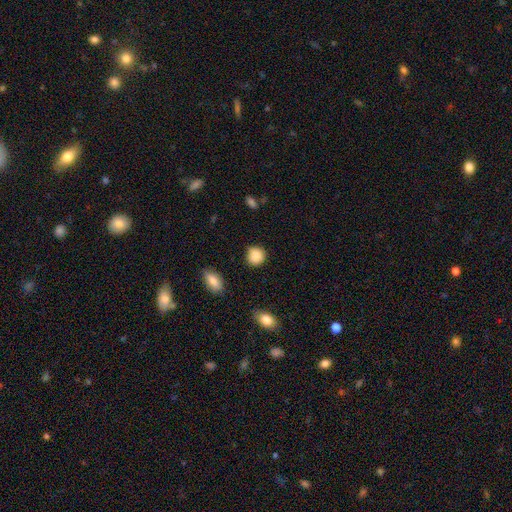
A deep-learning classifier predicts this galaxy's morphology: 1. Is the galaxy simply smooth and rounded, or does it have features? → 88% smooth, 8% star or artifact, 4% featured or disk.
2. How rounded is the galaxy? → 86% round, 13% in between, 1% cigar-shaped.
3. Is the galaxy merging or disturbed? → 82% none, 13% minor disturbance, 3% major disturbance, 2% merger.